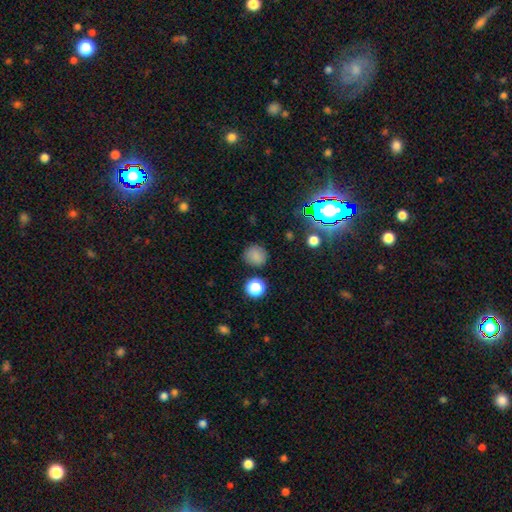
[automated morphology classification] Smooth or featured? smooth (79%)
How rounded? round (87%)
Merging? none (83%)